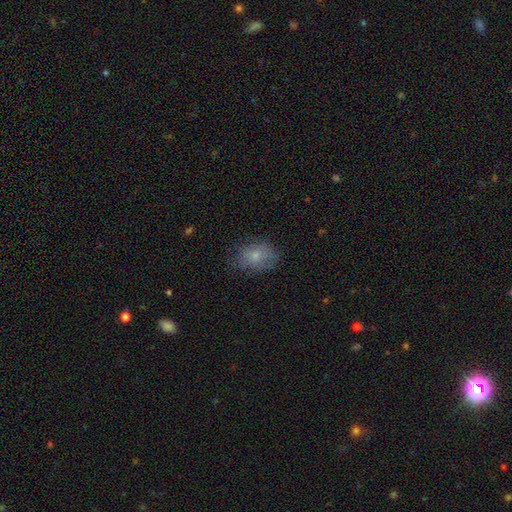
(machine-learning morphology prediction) type=smooth (74%); roundness=in between (72%); merging=none (66%).